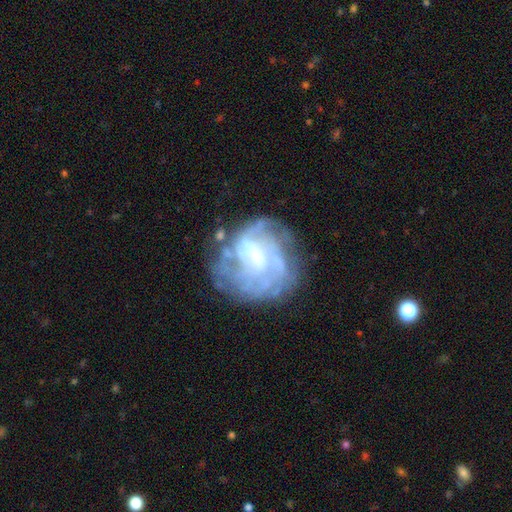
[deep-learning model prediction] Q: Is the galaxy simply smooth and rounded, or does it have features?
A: featured or disk — 76%.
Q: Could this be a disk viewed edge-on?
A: no — 97%.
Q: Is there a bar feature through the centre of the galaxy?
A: weak — 50%.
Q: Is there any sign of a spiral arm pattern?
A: yes — 66%.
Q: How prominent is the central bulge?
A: small — 44%.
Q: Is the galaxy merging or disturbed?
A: none — 58%.